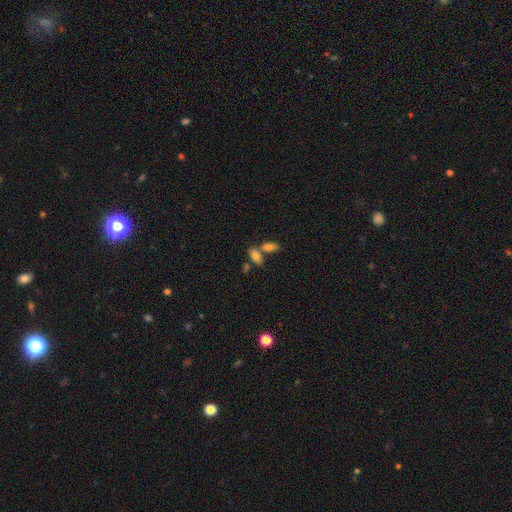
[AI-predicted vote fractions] Smooth or featured: smooth — 81% (featured or disk — 10%)
How rounded: in between — 87% (cigar-shaped — 8%)
Merging: merger — 43% (tied with none — 43%)